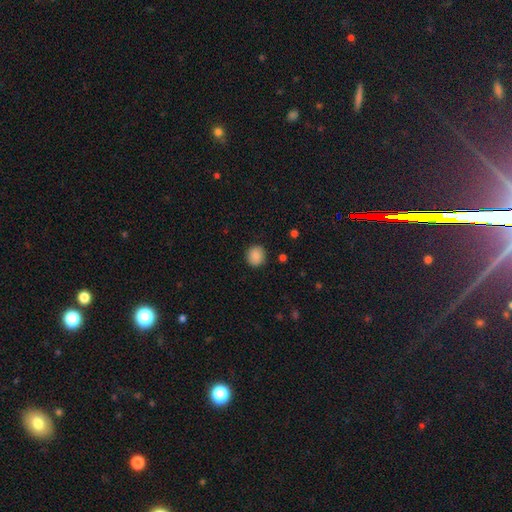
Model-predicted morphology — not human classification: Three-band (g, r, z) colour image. It shows a smooth galaxy with no disk features (88%) that is round (89%). Merging: none (90%).